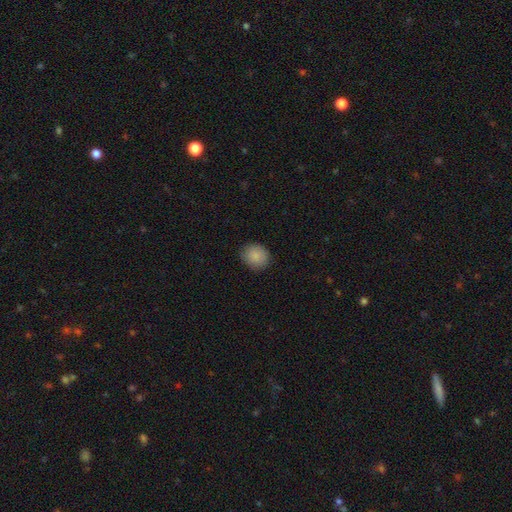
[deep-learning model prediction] This is clearly a smooth galaxy (88%). How rounded: likely round (72%). Merging: clearly none (86%).